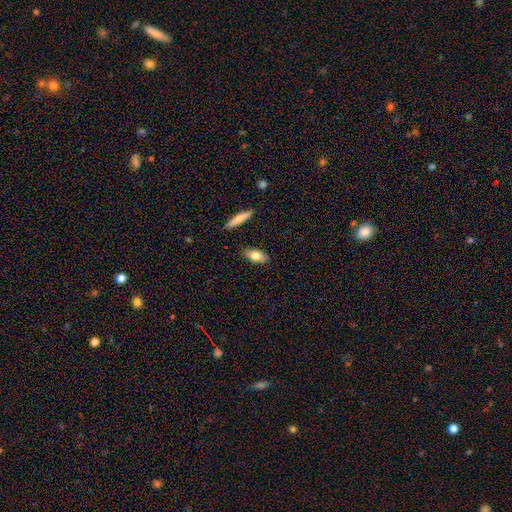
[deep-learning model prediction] Smooth or featured? smooth (75%)
How rounded? in between (81%)
Merging? none (86%)